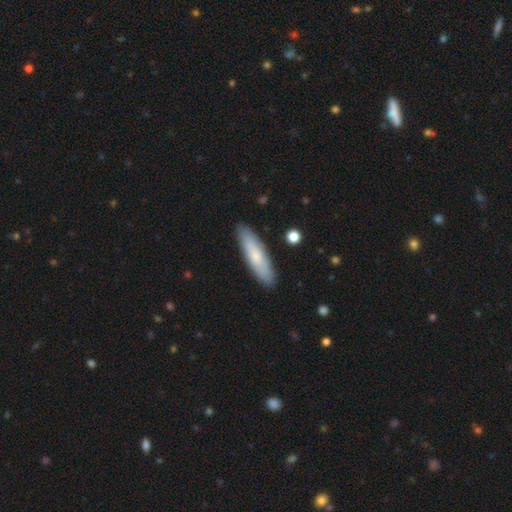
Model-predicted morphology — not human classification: This is likely a smooth galaxy (71%). How rounded: likely cigar-shaped (71%). Merging: clearly none (89%).